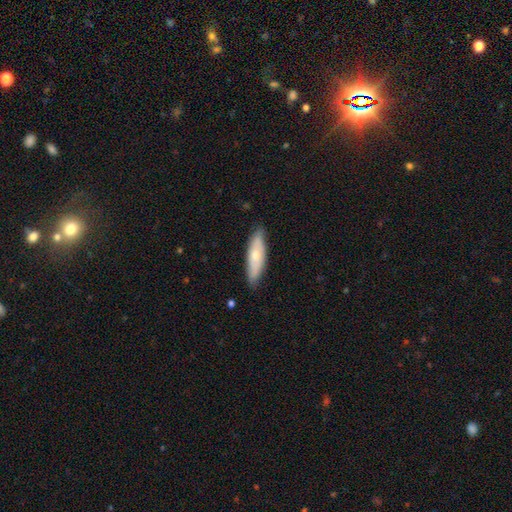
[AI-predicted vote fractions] smooth-or-featured: smooth: 56% | featured or disk: 39% | star or artifact: 6%
  how-rounded: cigar-shaped: 52% | in between: 46% | round: 2%
  merging: none: 82% | minor disturbance: 15% | major disturbance: 2% | merger: 1%